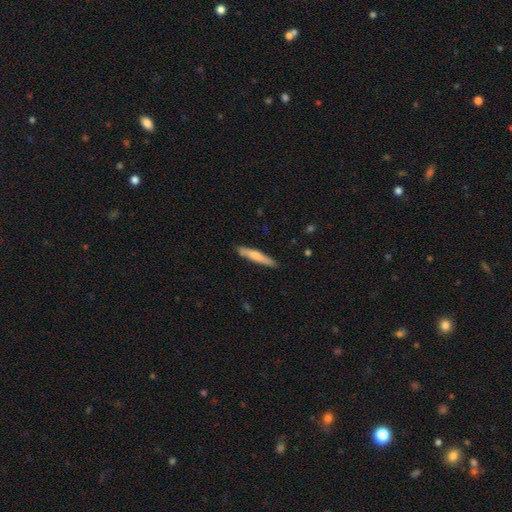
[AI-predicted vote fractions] A smooth galaxy with no disk features (66%) that is cigar-shaped (91%).

Vote fractions:
- Smooth or featured? smooth: 66% / featured or disk: 28% / star or artifact: 5%
- How rounded? cigar-shaped: 91% / in between: 7% / round: 1%
- Merging? none: 85% / minor disturbance: 12% / major disturbance: 2% / merger: 1%